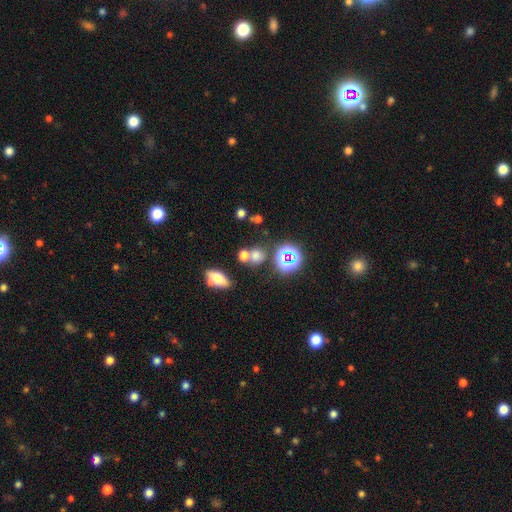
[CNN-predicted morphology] Smooth or featured: smooth — 62% (star or artifact — 29%)
How rounded: round — 72% (in between — 26%)
Merging: none — 56% (merger — 28%)